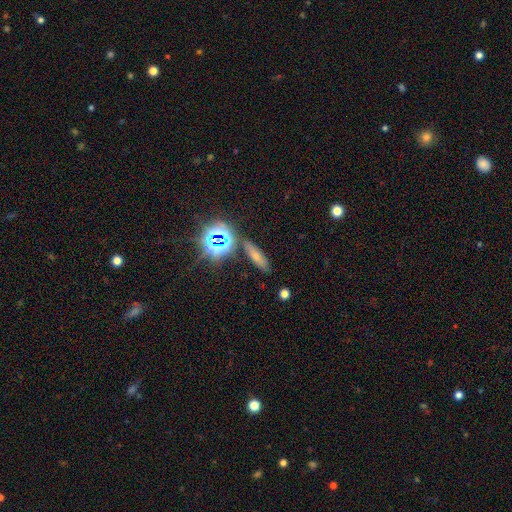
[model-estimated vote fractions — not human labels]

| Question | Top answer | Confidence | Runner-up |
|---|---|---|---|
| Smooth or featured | smooth | 59% | star or artifact (25%) |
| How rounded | cigar-shaped | 57% | in between (36%) |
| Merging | none | 82% | minor disturbance (11%) |